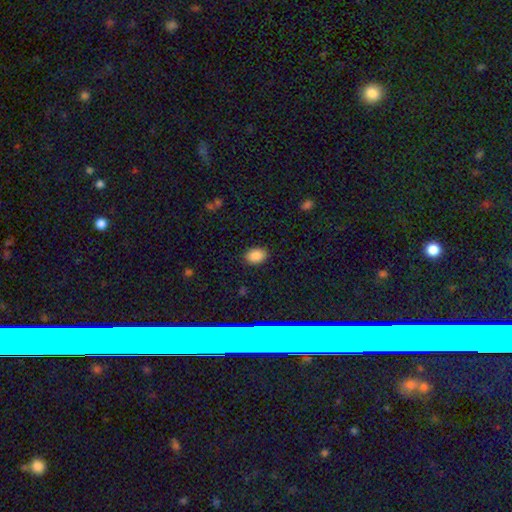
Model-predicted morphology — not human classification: A smooth galaxy with no disk features (82%) that is in between round and cigar-shaped (67%).

Vote fractions:
- Smooth or featured? smooth: 82% / star or artifact: 13% / featured or disk: 5%
- How rounded? in between: 67% / round: 32% / cigar-shaped: 1%
- Merging? none: 88% / minor disturbance: 8% / major disturbance: 2% / merger: 1%